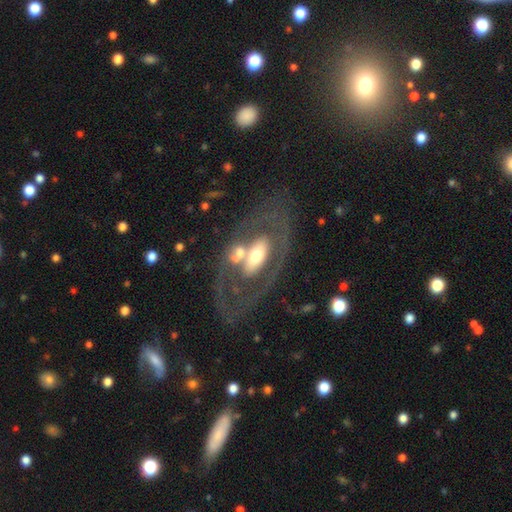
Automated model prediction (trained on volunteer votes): Morphology: type=featured or disk (67%); edge-on=no (88%); bar=no (60%); spiral arms=no (61%); bulge=moderate (60%); merging=none (49%).